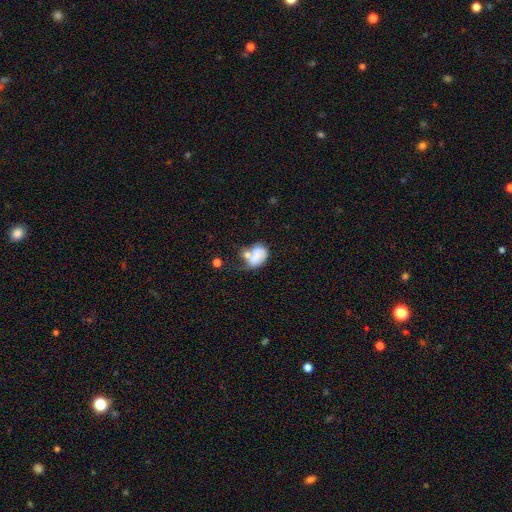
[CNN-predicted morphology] Smooth or featured? smooth (58%)
How rounded? in between (71%)
Merging? merger (41%)